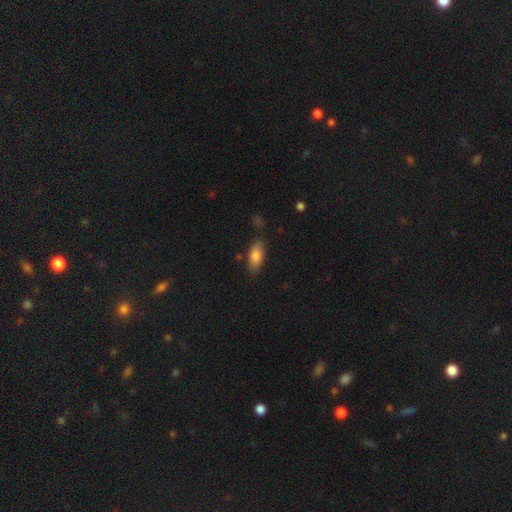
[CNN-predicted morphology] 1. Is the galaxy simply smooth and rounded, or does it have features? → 81% smooth, 13% featured or disk, 7% star or artifact.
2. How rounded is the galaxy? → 82% in between, 15% cigar-shaped, 3% round.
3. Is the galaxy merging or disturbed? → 78% none, 16% minor disturbance, 3% major disturbance, 3% merger.